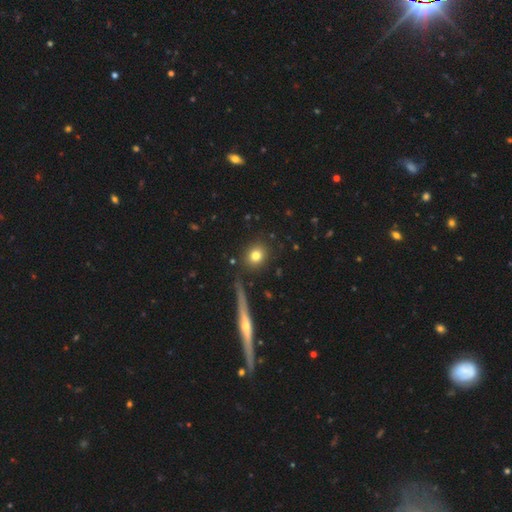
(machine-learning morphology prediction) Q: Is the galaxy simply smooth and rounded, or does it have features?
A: smooth — 80%.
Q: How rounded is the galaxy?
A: round — 80%.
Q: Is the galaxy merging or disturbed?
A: none — 87%.